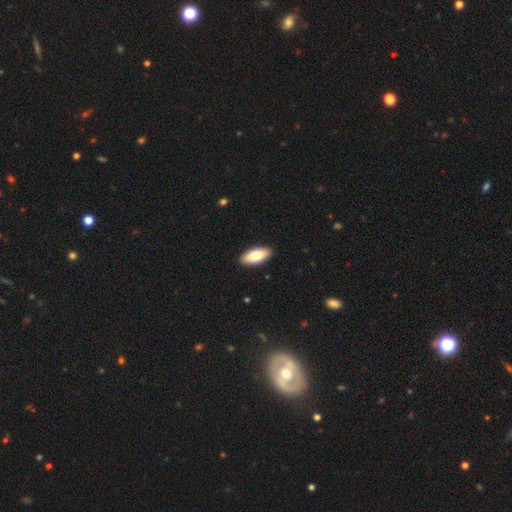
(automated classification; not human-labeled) Overall: smooth (80%). How rounded: in between (88%). Merging: none (91%).